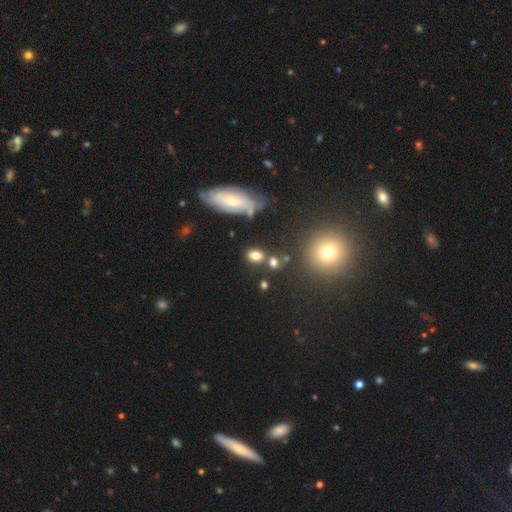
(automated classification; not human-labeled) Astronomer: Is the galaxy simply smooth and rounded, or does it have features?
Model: smooth — 77%.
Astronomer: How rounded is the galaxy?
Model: in between — 63%.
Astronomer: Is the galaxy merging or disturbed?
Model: none — 67%.